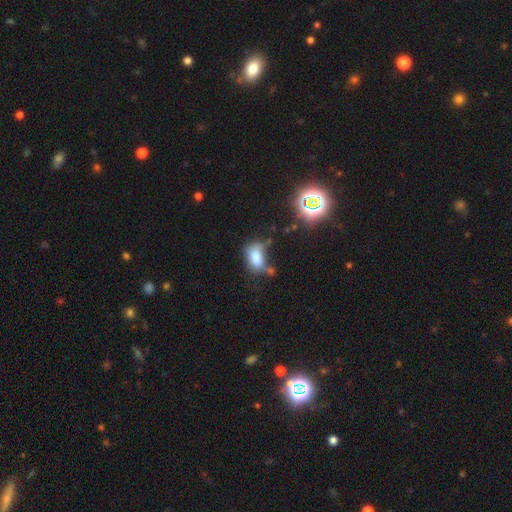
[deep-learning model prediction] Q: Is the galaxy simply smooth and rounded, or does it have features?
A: smooth — 74%.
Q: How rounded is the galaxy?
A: in between — 87%.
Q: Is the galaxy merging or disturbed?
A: none — 35%.